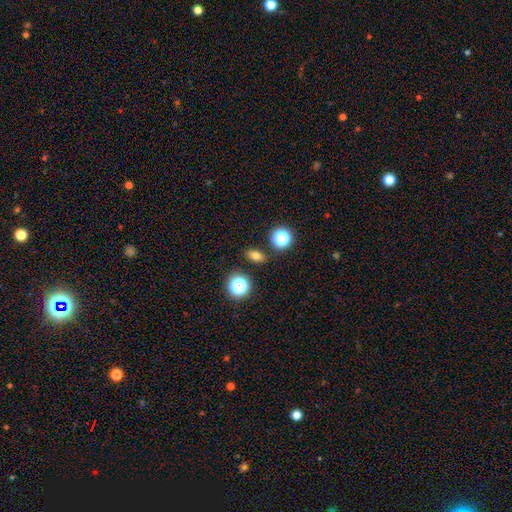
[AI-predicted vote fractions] smooth 71%, star or artifact 18%, featured or disk 11%. Down the decision tree: how rounded — in between (68%); merging — none (86%).